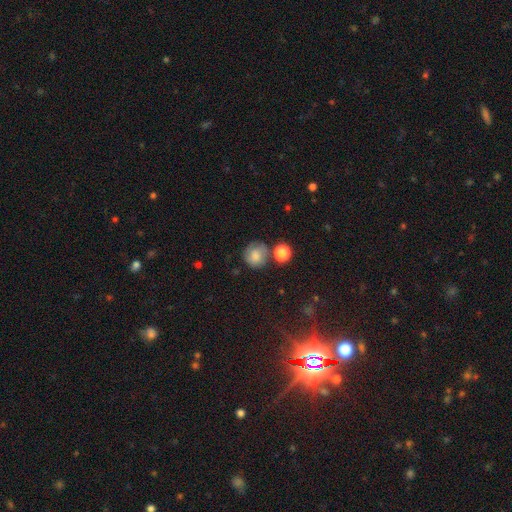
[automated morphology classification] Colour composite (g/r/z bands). It shows a smooth galaxy with no disk features (76%) that is round (86%). Merging: none (63%).